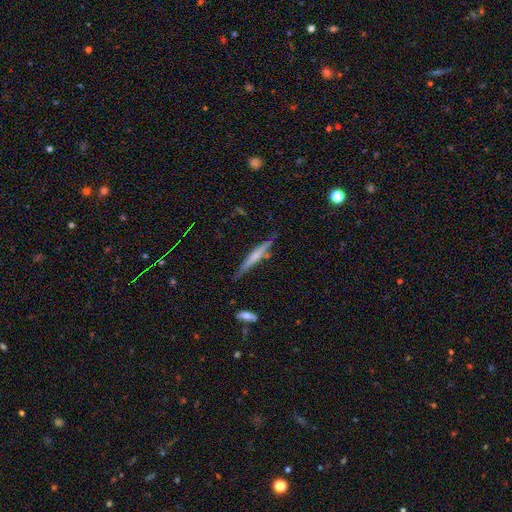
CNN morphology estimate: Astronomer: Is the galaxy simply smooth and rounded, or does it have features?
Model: featured or disk — 53% (runner-up: smooth, 41%).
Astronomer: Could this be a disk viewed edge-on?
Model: yes — 96%.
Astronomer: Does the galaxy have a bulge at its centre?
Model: none — 47% (runner-up: rounded, 41%).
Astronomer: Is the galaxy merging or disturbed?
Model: none — 80%.